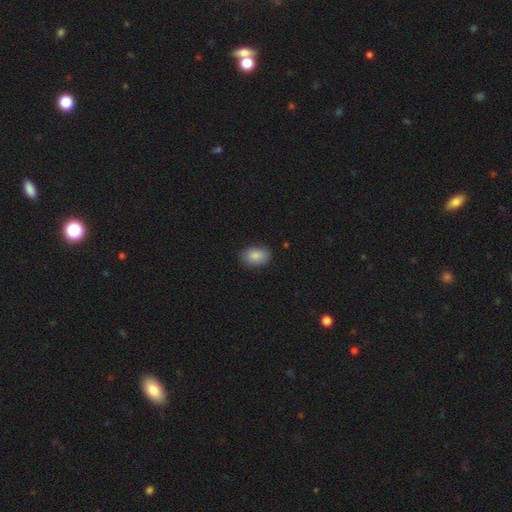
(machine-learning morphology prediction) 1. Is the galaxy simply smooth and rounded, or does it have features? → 87% smooth, 7% star or artifact, 5% featured or disk.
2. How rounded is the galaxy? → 87% in between, 12% round, 1% cigar-shaped.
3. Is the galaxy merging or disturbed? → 85% none, 12% minor disturbance, 3% major disturbance, 1% merger.